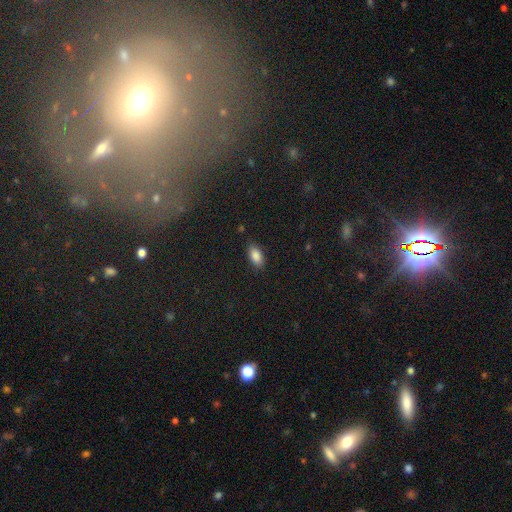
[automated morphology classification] The model was most divided on "merging": none: 85%, minor disturbance: 11%, major disturbance: 3%, merger: 1%. More confident: how rounded — in between (91%); smooth or featured — smooth (87%).